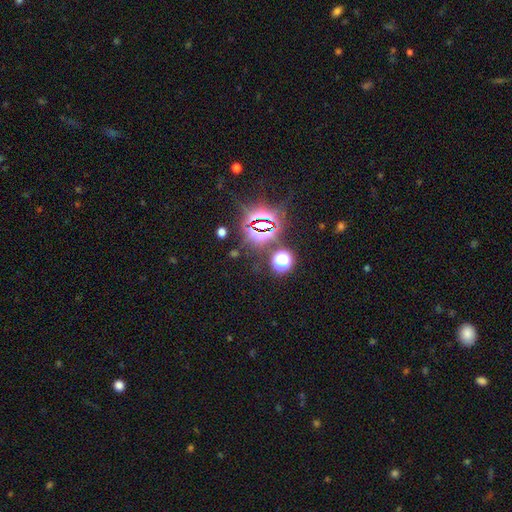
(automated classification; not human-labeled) Smooth or featured: star or artifact — 80% (smooth — 13%)